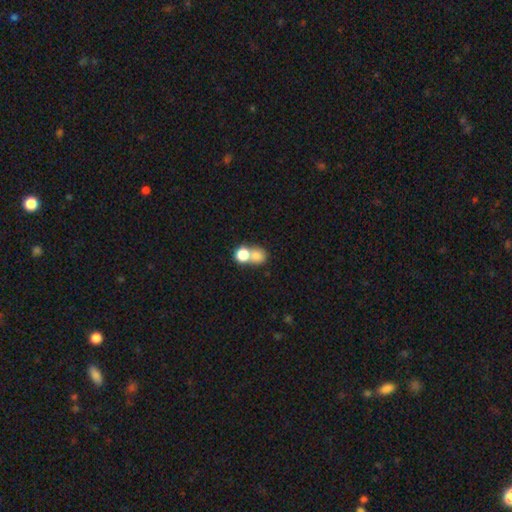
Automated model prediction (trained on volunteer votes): A smooth galaxy with no disk features (77%) that is round (73%).

Vote fractions:
- Smooth or featured? smooth: 77% / star or artifact: 12% / featured or disk: 10%
- How rounded? round: 73% / in between: 26% / cigar-shaped: 1%
- Merging? merger: 55% / none: 35% / minor disturbance: 7% / major disturbance: 4%